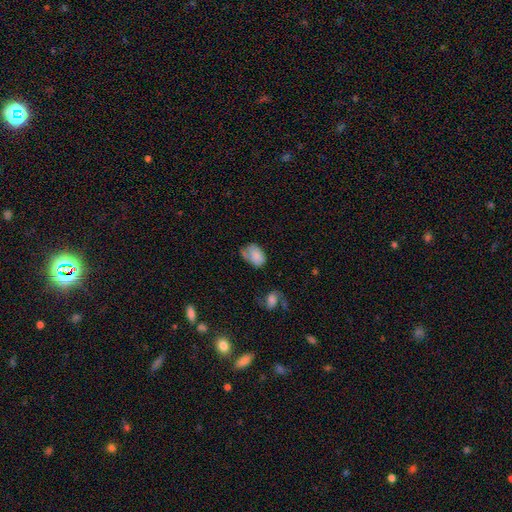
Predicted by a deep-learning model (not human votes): A smooth galaxy with no disk features (77%) that is in between round and cigar-shaped (82%).

Vote fractions:
- Smooth or featured? smooth: 77% / featured or disk: 15% / star or artifact: 8%
- How rounded? in between: 82% / round: 17% / cigar-shaped: 1%
- Merging? none: 40% / minor disturbance: 34% / major disturbance: 18% / merger: 8%